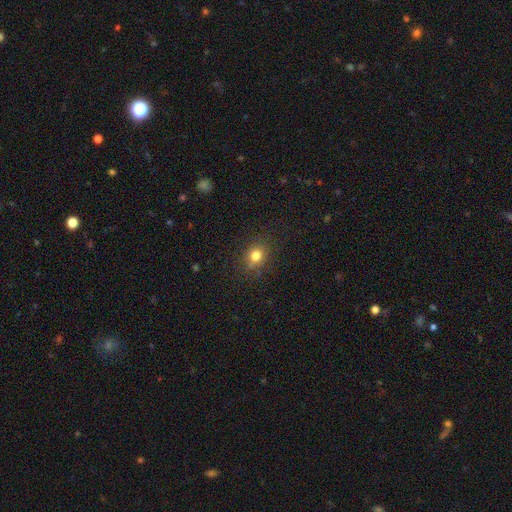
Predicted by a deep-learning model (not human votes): smooth_or_featured: smooth (p=0.79) [alt: star or artifact p=0.14]
how_rounded: round (p=0.62) [alt: in between p=0.36]
merging: none (p=0.84) [alt: minor disturbance p=0.11]